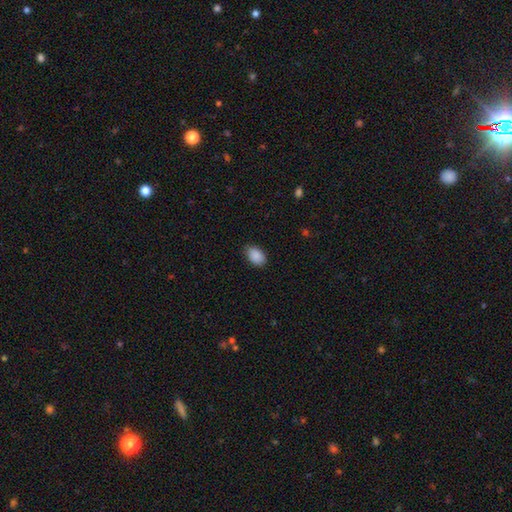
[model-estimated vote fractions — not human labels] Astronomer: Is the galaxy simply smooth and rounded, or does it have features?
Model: smooth — 90%.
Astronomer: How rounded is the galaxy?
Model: in between — 87%.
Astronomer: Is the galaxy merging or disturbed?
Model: none — 83%.